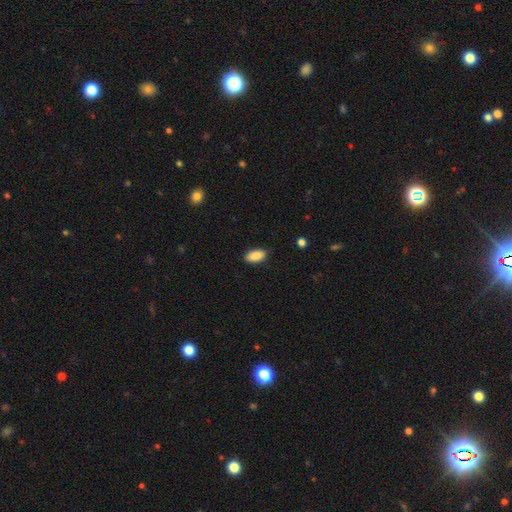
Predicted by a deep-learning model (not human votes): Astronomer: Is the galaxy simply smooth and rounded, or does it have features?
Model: smooth — 89%.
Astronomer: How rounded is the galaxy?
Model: in between — 93%.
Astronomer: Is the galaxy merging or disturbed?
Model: none — 88%.